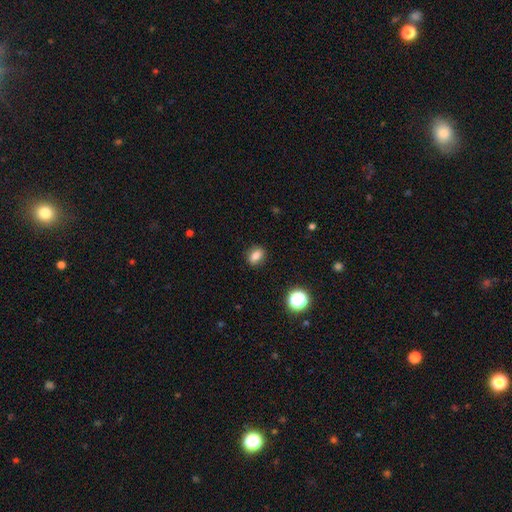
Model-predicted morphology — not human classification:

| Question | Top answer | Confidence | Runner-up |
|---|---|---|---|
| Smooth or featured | smooth | 82% | star or artifact (12%) |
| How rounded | in between | 67% | round (30%) |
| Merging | none | 88% | minor disturbance (9%) |